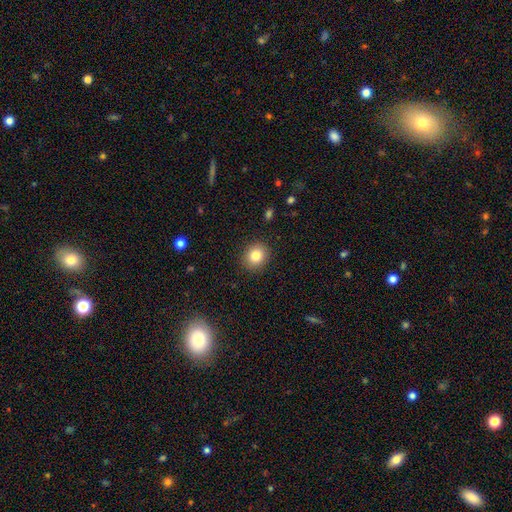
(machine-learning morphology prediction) smooth-or-featured: smooth: 83% | star or artifact: 10% | featured or disk: 7%
  how-rounded: round: 78% | in between: 21% | cigar-shaped: 1%
  merging: none: 90% | minor disturbance: 7% | major disturbance: 2% | merger: 1%